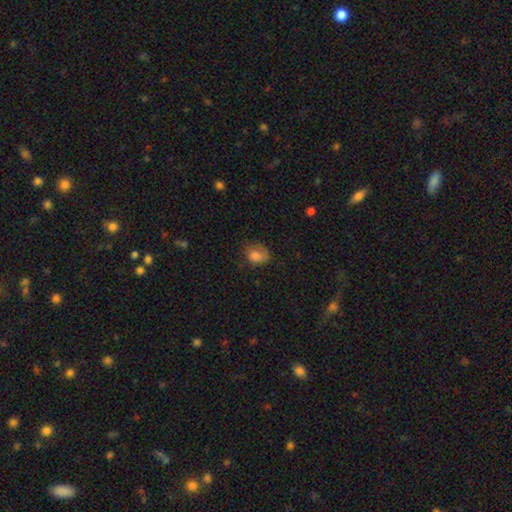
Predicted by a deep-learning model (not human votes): This is likely a smooth galaxy (78%). How rounded: possibly in between (52%). Merging: possibly none (49%).